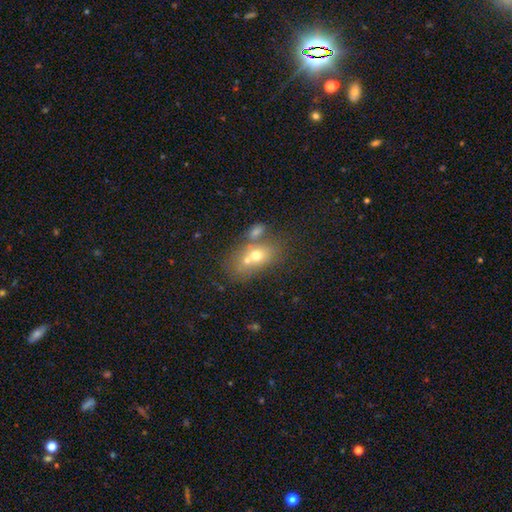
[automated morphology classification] Smooth or featured? Predicted: smooth (p=0.61). How rounded? Predicted: in between (p=0.67). Merging? Predicted: merger (p=0.55).